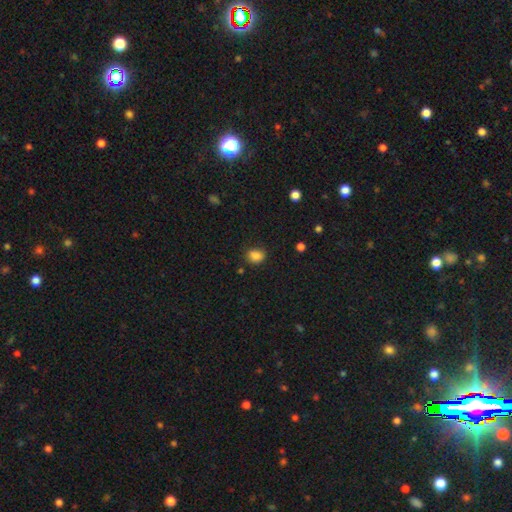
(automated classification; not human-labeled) This is clearly a smooth galaxy (85%). How rounded: possibly round (55%). Merging: likely none (77%).